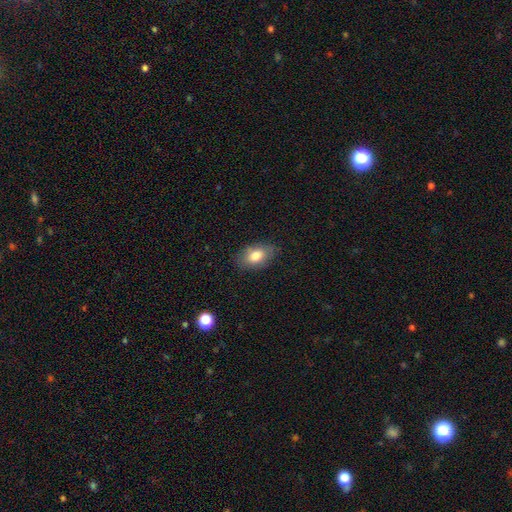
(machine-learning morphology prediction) A smooth galaxy with no disk features (79%) that is in between round and cigar-shaped (89%). Merging: none (79%).